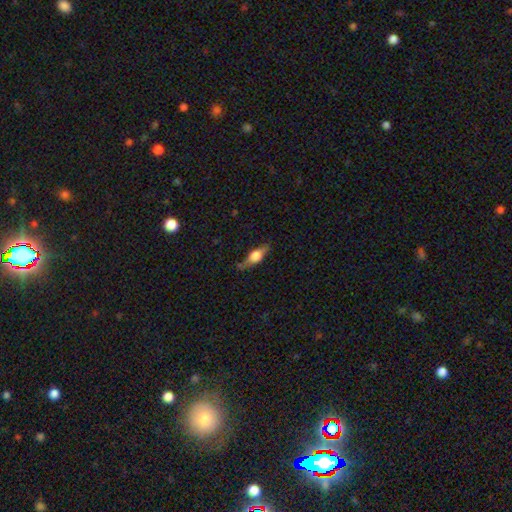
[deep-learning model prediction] Morphology: type=featured or disk (50%); edge-on=yes (91%); merging=none (77%).